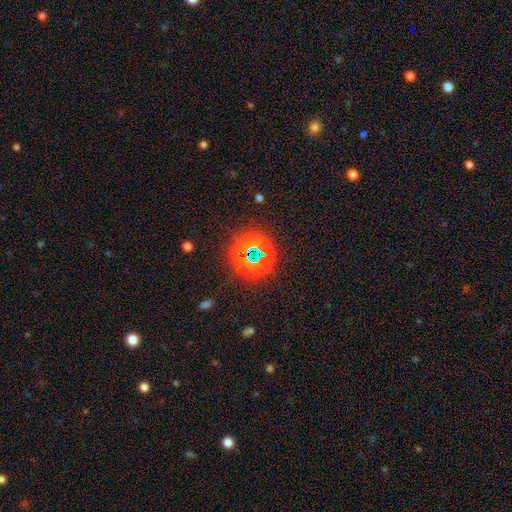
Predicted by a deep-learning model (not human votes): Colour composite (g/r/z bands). It shows a star or artifact, not a galaxy (79%).